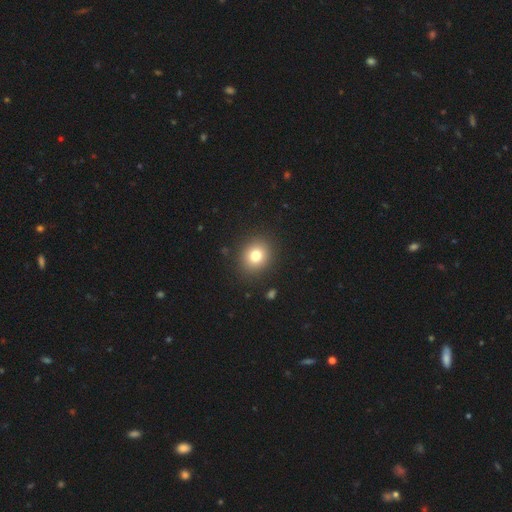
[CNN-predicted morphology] smooth-or-featured: smooth: 78% | star or artifact: 12% | featured or disk: 10%
  how-rounded: round: 76% | in between: 23% | cigar-shaped: 1%
  merging: none: 90% | minor disturbance: 7% | major disturbance: 3% | merger: 1%